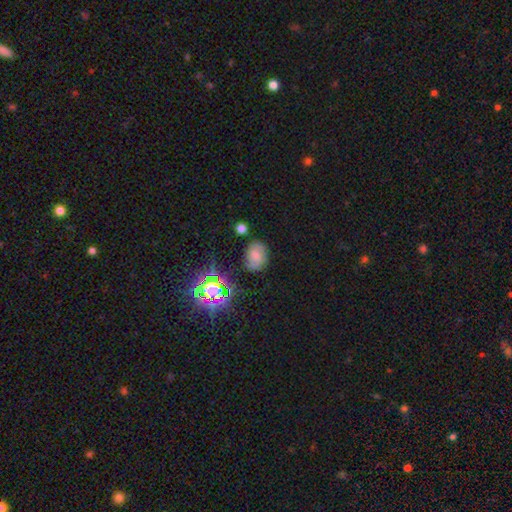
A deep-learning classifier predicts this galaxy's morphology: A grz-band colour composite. It shows a smooth galaxy with no disk features (52%) that is in between round and cigar-shaped (62%). Merging: none (68%).